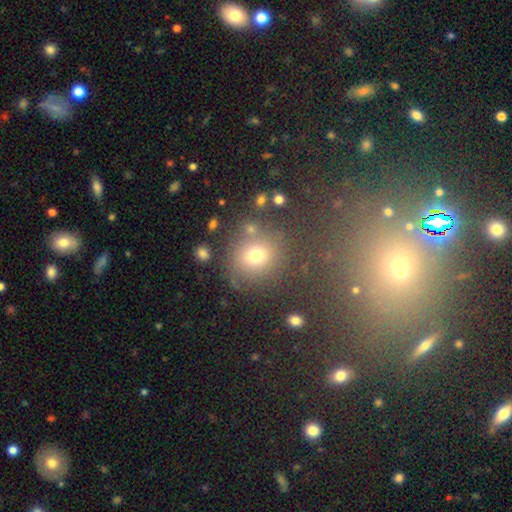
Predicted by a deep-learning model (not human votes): Smooth or featured?
  - smooth: 69% *
  - star or artifact: 19%
  - featured or disk: 12%
How rounded?
  - round: 82% *
  - in between: 17%
  - cigar-shaped: 1%
Merging?
  - none: 70% *
  - minor disturbance: 13%
  - merger: 10%
  - major disturbance: 7%